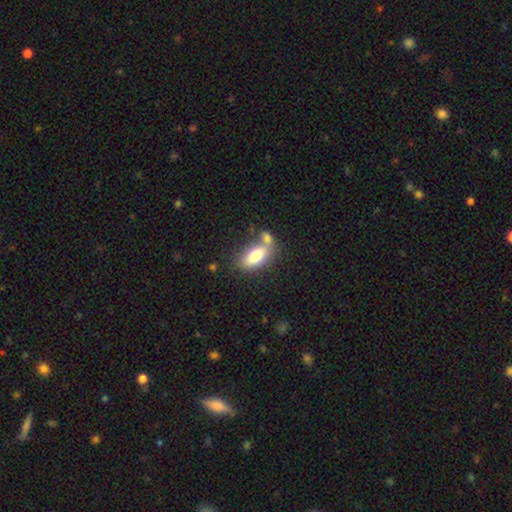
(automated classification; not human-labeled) Morphology: type=smooth (75%); roundness=in between (85%); merging=none (45%).